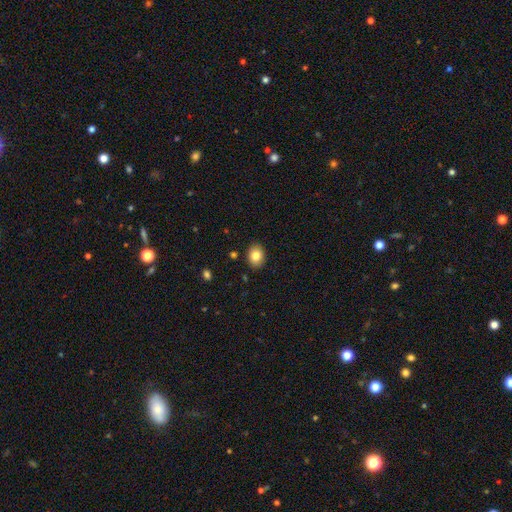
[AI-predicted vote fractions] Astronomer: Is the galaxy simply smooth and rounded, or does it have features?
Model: smooth — 82%.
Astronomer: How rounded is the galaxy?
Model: in between — 57% (runner-up: round, 42%).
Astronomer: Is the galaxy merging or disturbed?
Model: none — 89%.